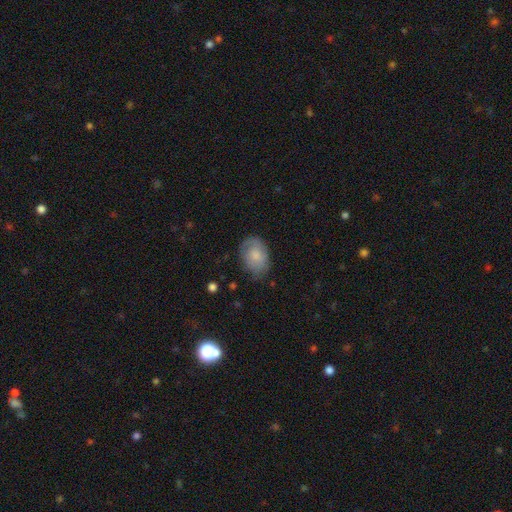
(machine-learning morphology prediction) Smooth or featured? smooth (71%)
How rounded? in between (78%)
Merging? none (66%)